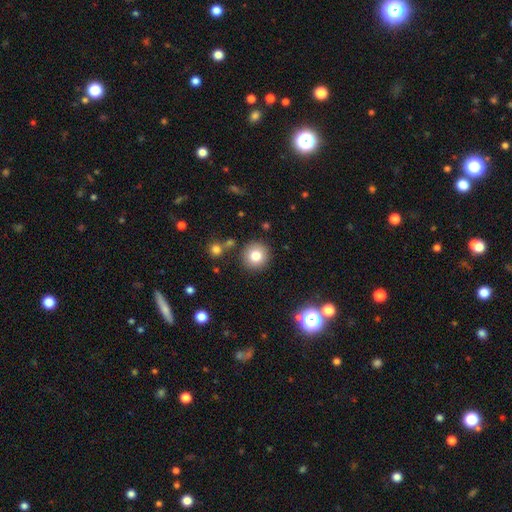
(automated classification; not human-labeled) smooth_or_featured: smooth (p=0.79) [alt: star or artifact p=0.12]
how_rounded: round (p=0.94) [alt: in between p=0.05]
merging: none (p=0.87) [alt: minor disturbance p=0.07]